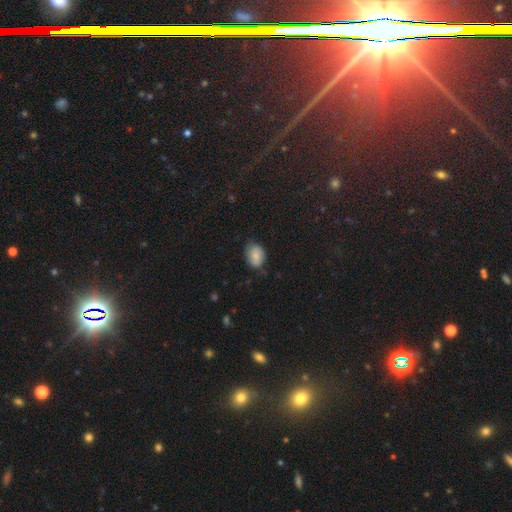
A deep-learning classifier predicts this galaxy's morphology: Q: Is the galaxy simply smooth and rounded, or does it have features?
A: smooth — 76%.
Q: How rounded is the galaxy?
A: in between — 69%.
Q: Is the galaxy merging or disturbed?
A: none — 69%.